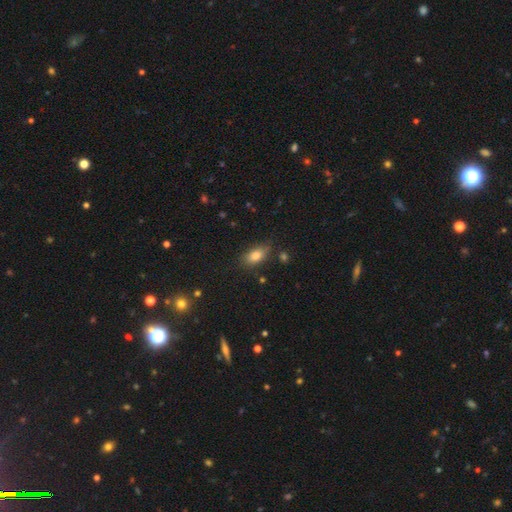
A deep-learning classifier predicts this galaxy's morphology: The model was most divided on "merging": none: 75%, minor disturbance: 18%, major disturbance: 4%, merger: 3%. More confident: how rounded — in between (86%); smooth or featured — smooth (82%).